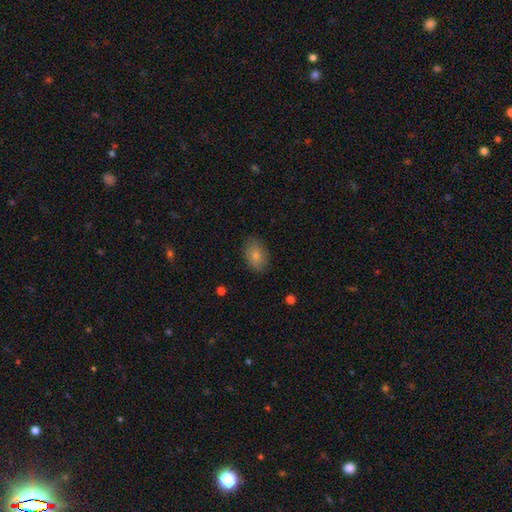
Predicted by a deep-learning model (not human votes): This is clearly a smooth galaxy (81%). How rounded: clearly in between (83%). Merging: clearly none (83%).